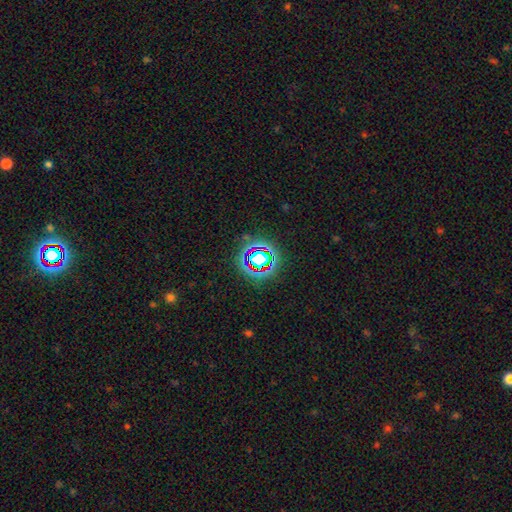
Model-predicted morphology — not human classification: Smooth or featured?
  - star or artifact: 61% *
  - smooth: 25%
  - featured or disk: 14%